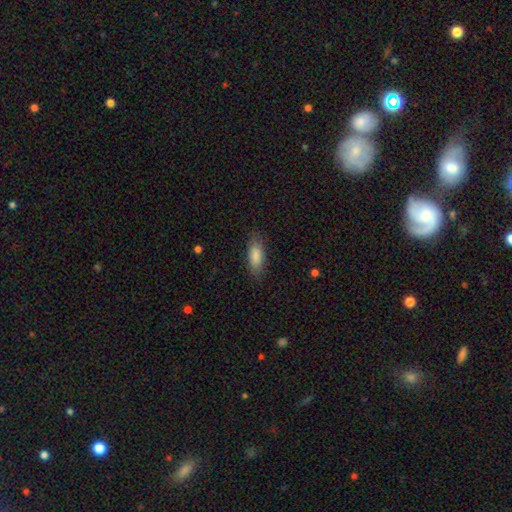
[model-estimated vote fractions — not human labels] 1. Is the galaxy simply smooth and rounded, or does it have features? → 86% smooth, 8% featured or disk, 6% star or artifact.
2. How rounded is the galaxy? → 74% in between, 23% cigar-shaped, 2% round.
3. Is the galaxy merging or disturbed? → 82% none, 13% minor disturbance, 3% major disturbance, 1% merger.